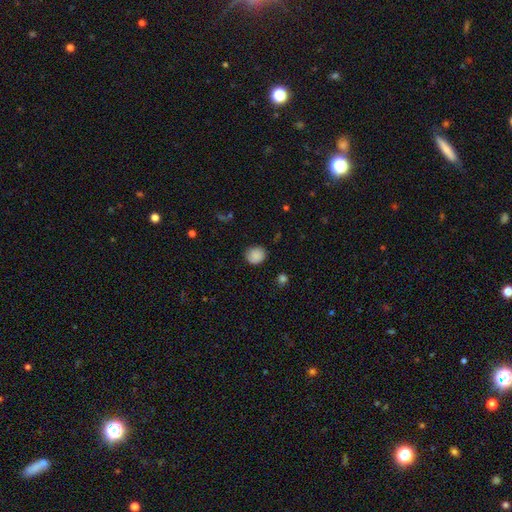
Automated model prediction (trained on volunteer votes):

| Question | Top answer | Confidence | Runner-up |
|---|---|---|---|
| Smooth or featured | smooth | 83% | star or artifact (9%) |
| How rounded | round | 76% | in between (23%) |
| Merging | none | 77% | minor disturbance (18%) |